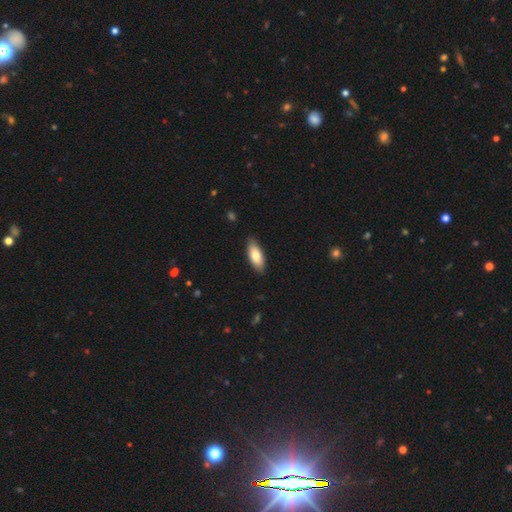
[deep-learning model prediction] Smooth or featured? Predicted: smooth (p=0.80). How rounded? Predicted: in between (p=0.82). Merging? Predicted: none (p=0.86).